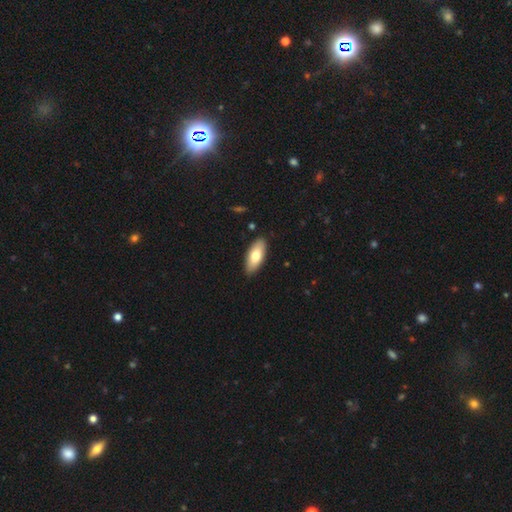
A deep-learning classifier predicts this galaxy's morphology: This is likely a smooth galaxy (74%). How rounded: clearly in between (81%). Merging: clearly none (88%).